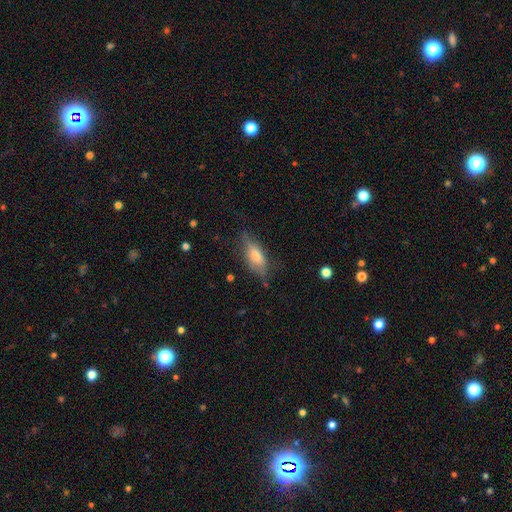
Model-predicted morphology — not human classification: This appears to be a smooth galaxy with no disk features (54%) that is in between round and cigar-shaped (61%). Merging: none (71%).